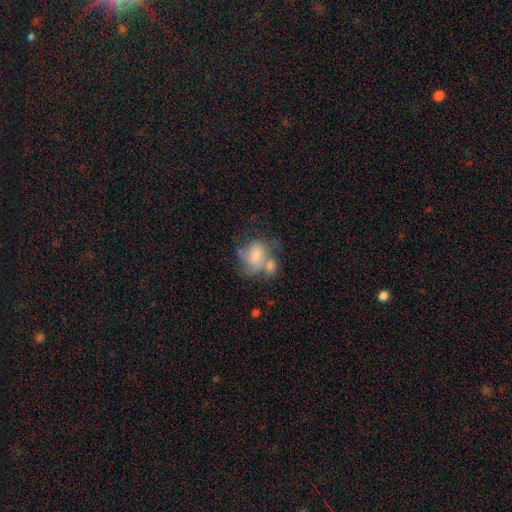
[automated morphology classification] smooth 58%, featured or disk 35%, star or artifact 8%. Down the decision tree: how rounded — in between (63%); merging — merger (44%).